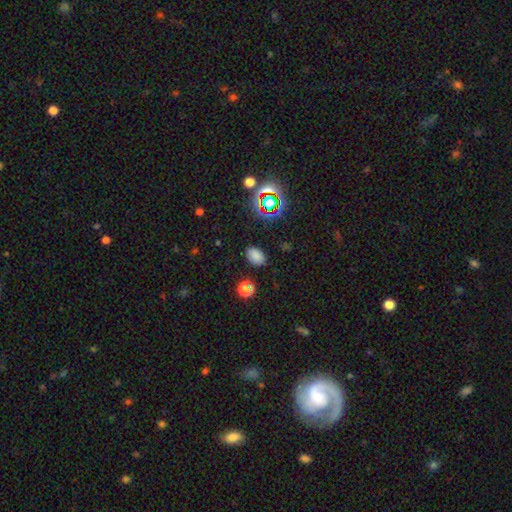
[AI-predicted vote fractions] Morphology: type=smooth (75%); roundness=in between (84%); merging=none (84%).